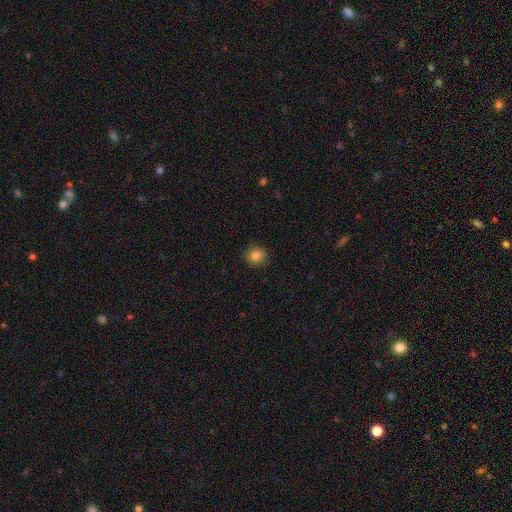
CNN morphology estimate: smooth-or-featured: smooth: 83% | star or artifact: 11% | featured or disk: 6%
  how-rounded: round: 81% | in between: 18% | cigar-shaped: 1%
  merging: none: 90% | minor disturbance: 7% | major disturbance: 2% | merger: 1%